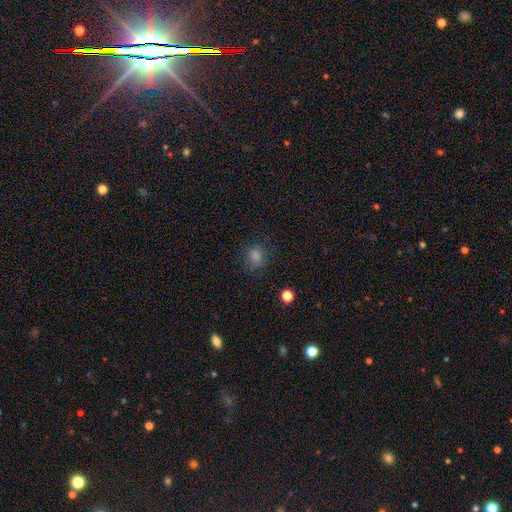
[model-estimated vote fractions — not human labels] smooth-or-featured: smooth: 73% | star or artifact: 21% | featured or disk: 6%
  how-rounded: round: 76% | in between: 22% | cigar-shaped: 1%
  merging: none: 83% | minor disturbance: 12% | major disturbance: 4% | merger: 1%